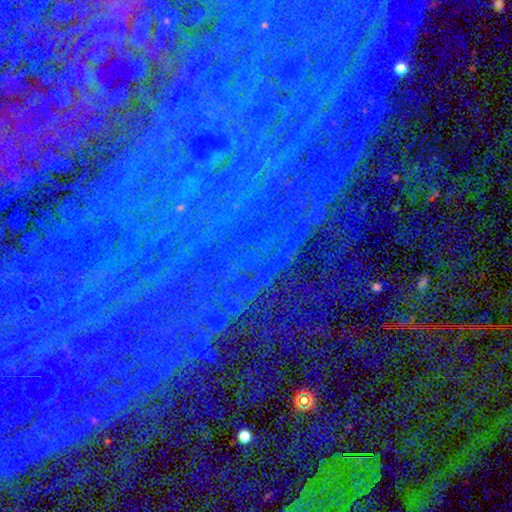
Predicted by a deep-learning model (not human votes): This is clearly a star or artifact rather than a galaxy (86%).